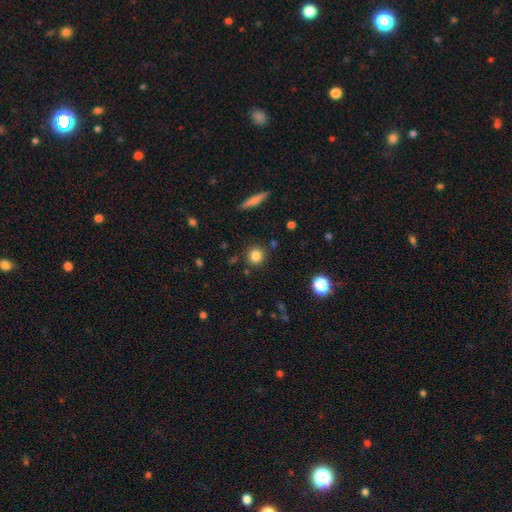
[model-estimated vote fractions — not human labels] Overall: smooth (82%). How rounded: round (91%). Merging: none (86%).